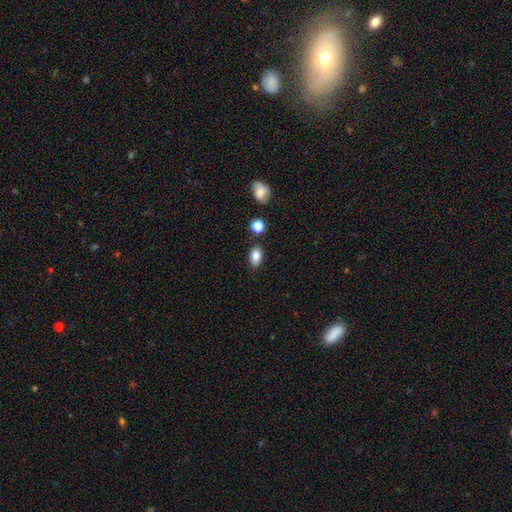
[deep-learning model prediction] This is clearly a smooth galaxy (85%). How rounded: clearly in between (86%). Merging: clearly none (82%).